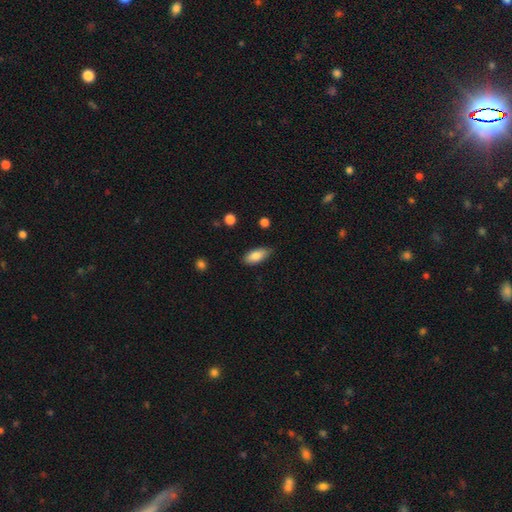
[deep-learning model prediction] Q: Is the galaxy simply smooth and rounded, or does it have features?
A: smooth — 84%.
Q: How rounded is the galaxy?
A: in between — 83%.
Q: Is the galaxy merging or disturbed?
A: none — 80%.